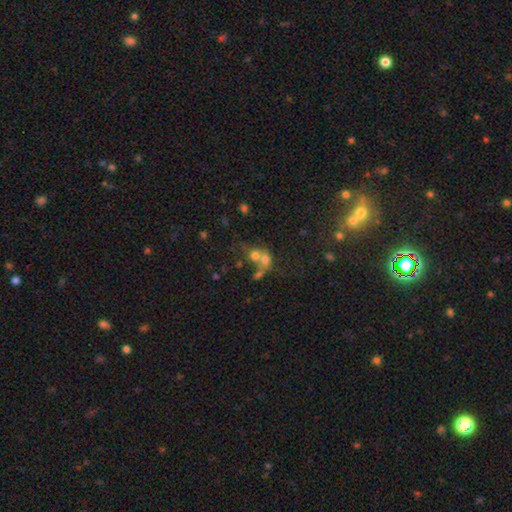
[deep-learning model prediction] smooth_or_featured: smooth (p=0.62) [alt: featured or disk p=0.22]
how_rounded: round (p=0.71) [alt: in between p=0.28]
merging: merger (p=0.63) [alt: none p=0.24]